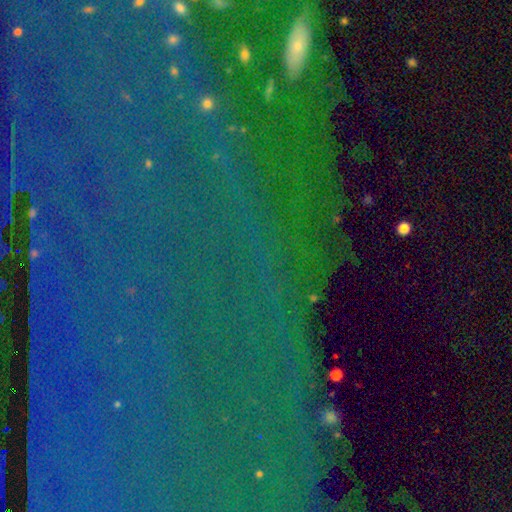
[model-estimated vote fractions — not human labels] Smooth or featured? Predicted: star or artifact (p=0.82).